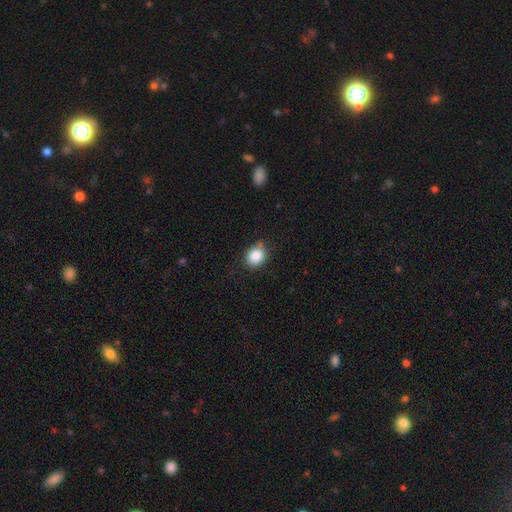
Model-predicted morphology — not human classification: This is clearly a smooth galaxy (86%). How rounded: likely round (62%). Merging: likely none (75%).